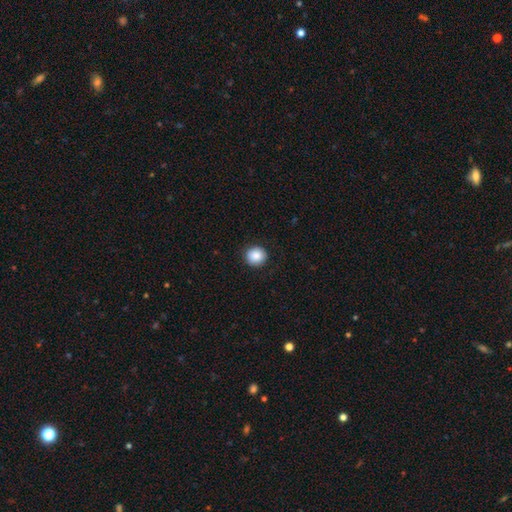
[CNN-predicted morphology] This appears to be a smooth galaxy with no disk features (88%) that is round (92%). Merging: none (91%).